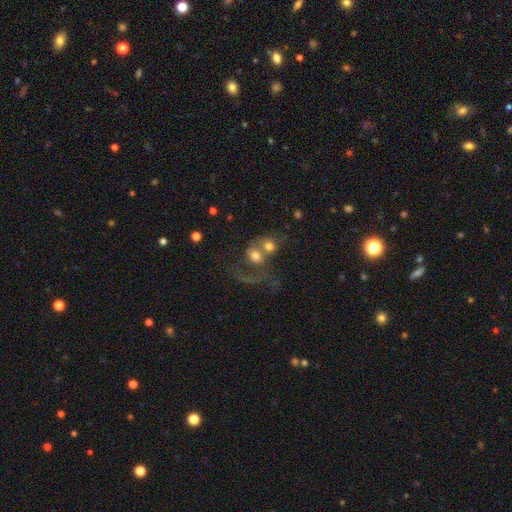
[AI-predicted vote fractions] Smooth or featured?
  - smooth: 52% *
  - featured or disk: 36%
  - star or artifact: 12%
How rounded?
  - round: 64% *
  - in between: 35%
  - cigar-shaped: 1%
Merging?
  - merger: 73% *
  - major disturbance: 11%
  - none: 11%
  - minor disturbance: 5%